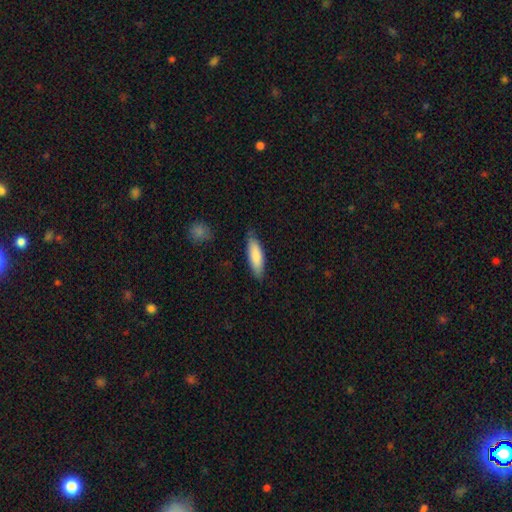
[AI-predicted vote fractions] A smooth galaxy with no disk features (85%) that is in between round and cigar-shaped (54%). Merging: none (80%).